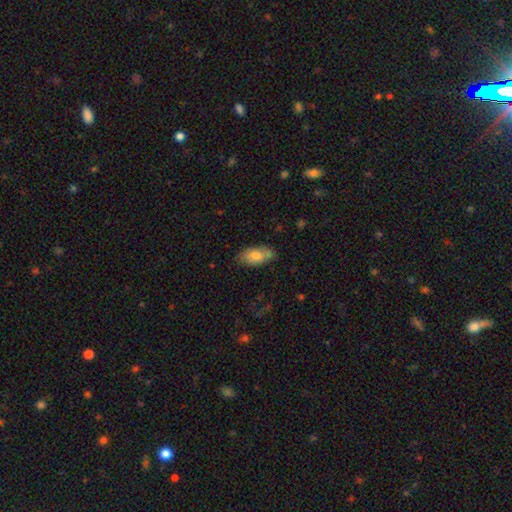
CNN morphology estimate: Q: Smooth or featured?
A: smooth (76%); runner-up: featured or disk (18%)
Q: How rounded?
A: in between (91%); runner-up: cigar-shaped (6%)
Q: Merging?
A: none (74%); runner-up: minor disturbance (21%)